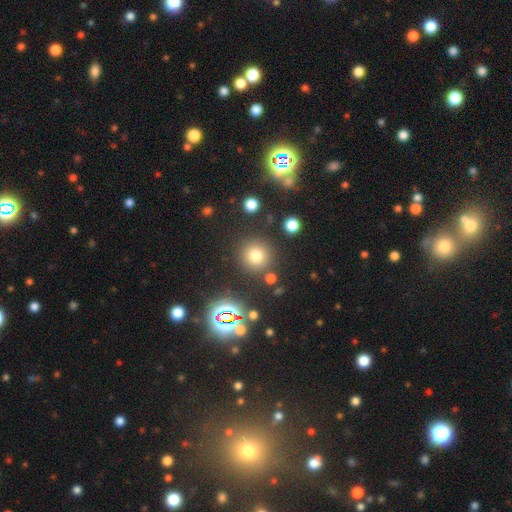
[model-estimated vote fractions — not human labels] The model was most divided on "smooth or featured": smooth: 73%, star or artifact: 19%, featured or disk: 8%. More confident: how rounded — round (94%); merging — none (84%).